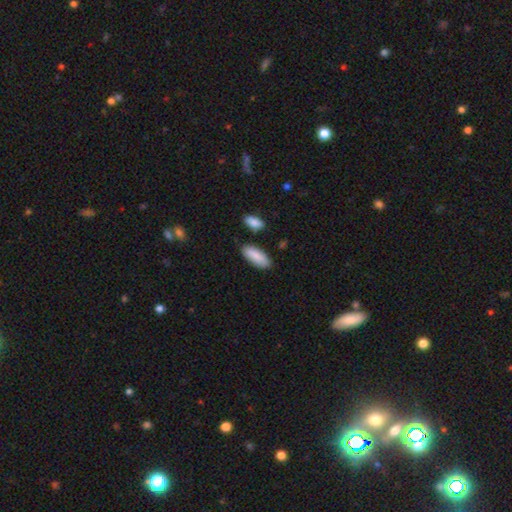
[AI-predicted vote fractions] A smooth galaxy with no disk features (88%) that is in between round and cigar-shaped (79%).

Vote fractions:
- Smooth or featured? smooth: 88% / featured or disk: 6% / star or artifact: 6%
- How rounded? in between: 79% / cigar-shaped: 19% / round: 2%
- Merging? none: 81% / minor disturbance: 12% / merger: 4% / major disturbance: 2%